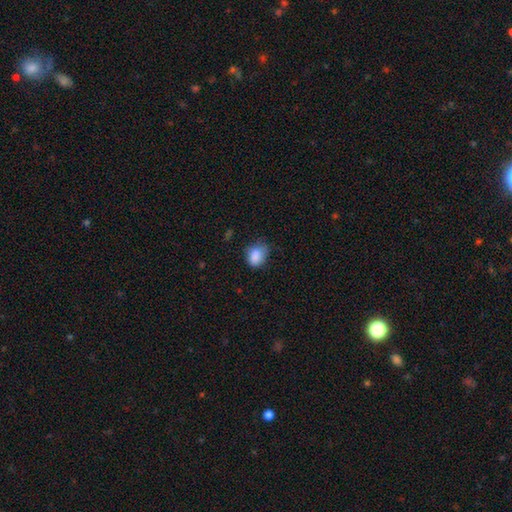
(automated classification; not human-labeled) A smooth galaxy with no disk features (85%) that is in between round and cigar-shaped (55%).

Vote fractions:
- Smooth or featured? smooth: 85% / star or artifact: 9% / featured or disk: 6%
- How rounded? in between: 55% / round: 44% / cigar-shaped: 1%
- Merging? none: 54% / minor disturbance: 34% / major disturbance: 9% / merger: 2%